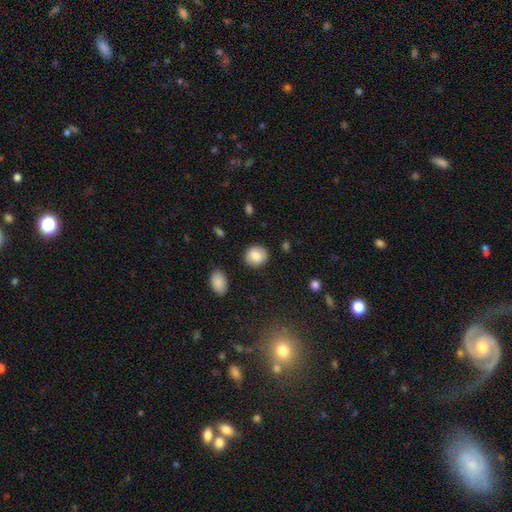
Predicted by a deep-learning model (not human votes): Smooth or featured? Predicted: smooth (p=0.83). How rounded? Predicted: round (p=0.78). Merging? Predicted: none (p=0.87).